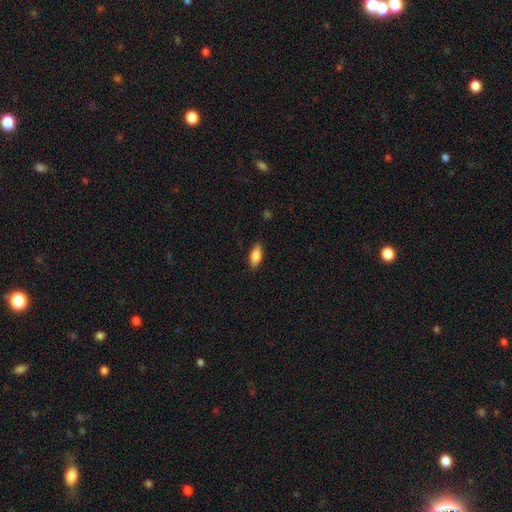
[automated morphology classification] type=smooth (81%); roundness=in between (79%); merging=none (86%).